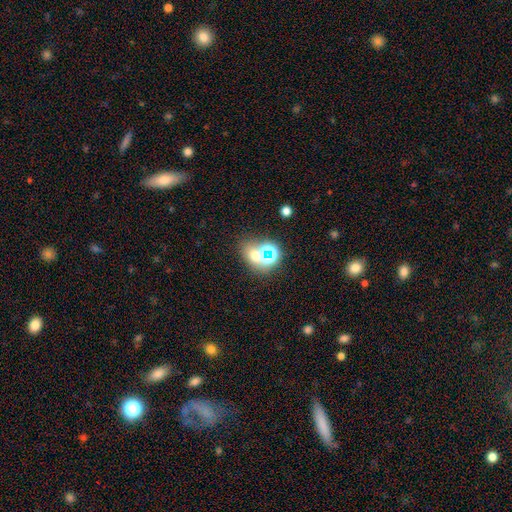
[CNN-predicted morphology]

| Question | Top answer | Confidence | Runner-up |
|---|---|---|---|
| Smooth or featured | smooth | 49% | star or artifact (39%) |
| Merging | none | 58% | merger (27%) |